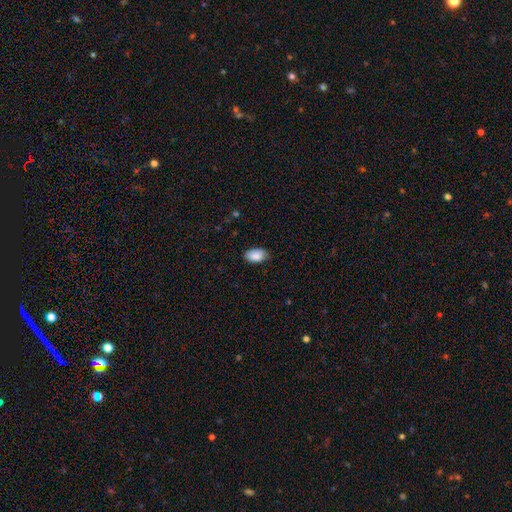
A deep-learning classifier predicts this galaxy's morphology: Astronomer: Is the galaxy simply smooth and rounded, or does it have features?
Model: smooth — 88%.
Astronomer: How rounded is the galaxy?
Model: in between — 94%.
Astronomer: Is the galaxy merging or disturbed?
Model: none — 77%.